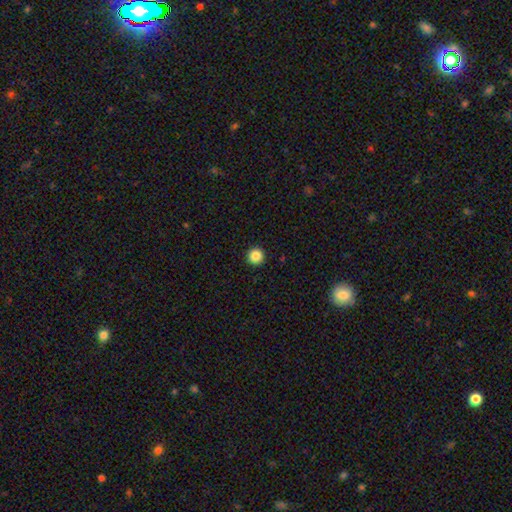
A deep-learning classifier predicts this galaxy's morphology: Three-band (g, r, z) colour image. It shows a smooth galaxy with no disk features (87%) that is round (97%). Merging: none (94%).